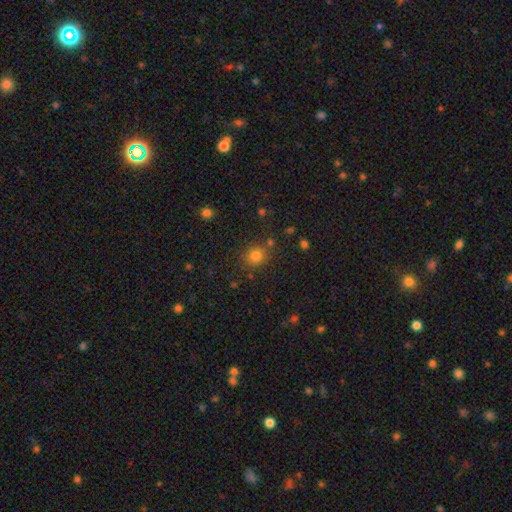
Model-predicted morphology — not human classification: smooth 78%, star or artifact 16%, featured or disk 6%. Down the decision tree: how rounded — round (80%); merging — none (77%).